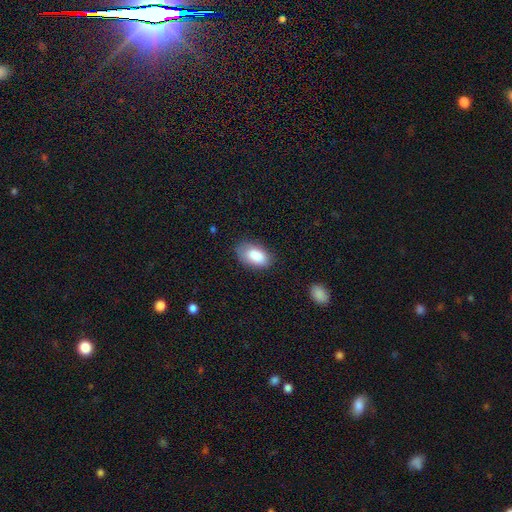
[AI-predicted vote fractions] Overall: smooth (86%). How rounded: in between (93%). Merging: none (76%).